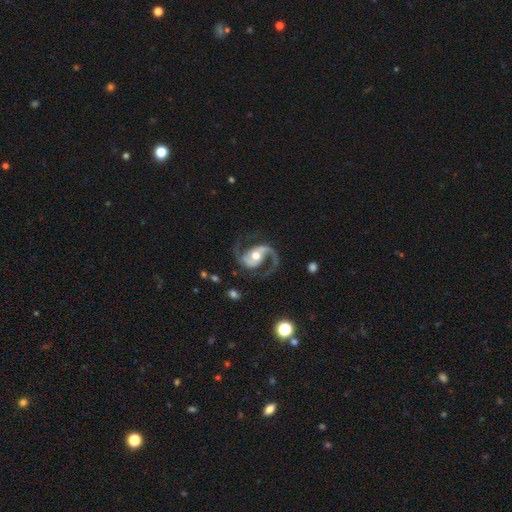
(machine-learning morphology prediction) type=featured or disk (92%); edge-on=no (98%); bar=no (40%); spiral arms=yes (98%); winding=medium (54%); arm count=2 (93%); bulge=moderate (72%); merging=none (75%).